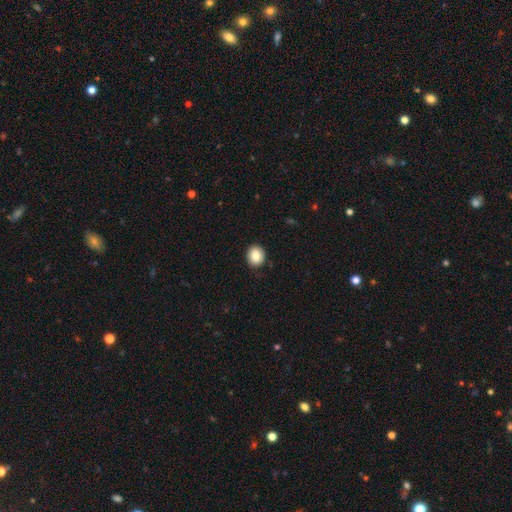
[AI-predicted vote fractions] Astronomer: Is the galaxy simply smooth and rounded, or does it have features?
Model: smooth — 83%.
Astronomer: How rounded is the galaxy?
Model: round — 69%.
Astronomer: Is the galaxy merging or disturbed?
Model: none — 87%.